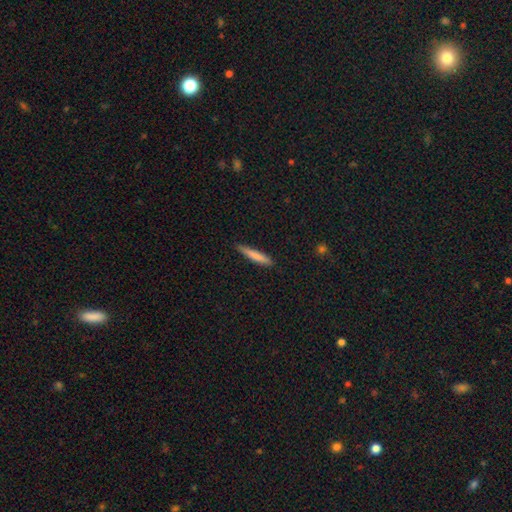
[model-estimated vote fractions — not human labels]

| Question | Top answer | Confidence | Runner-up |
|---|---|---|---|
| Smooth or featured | smooth | 79% | featured or disk (15%) |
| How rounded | cigar-shaped | 92% | in between (7%) |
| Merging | none | 85% | minor disturbance (12%) |